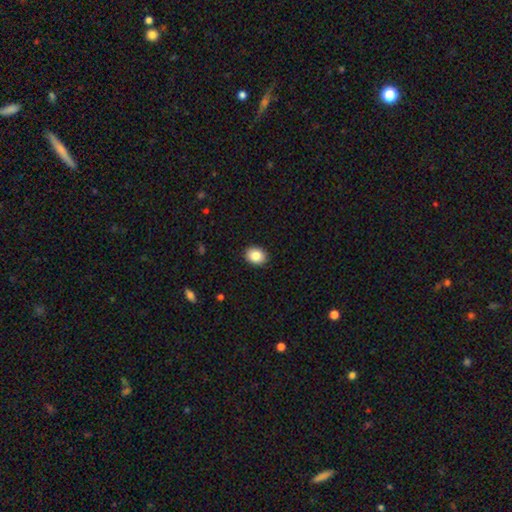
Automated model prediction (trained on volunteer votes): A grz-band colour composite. It shows a smooth galaxy with no disk features (85%) that is in between round and cigar-shaped (53%). Merging: none (91%).